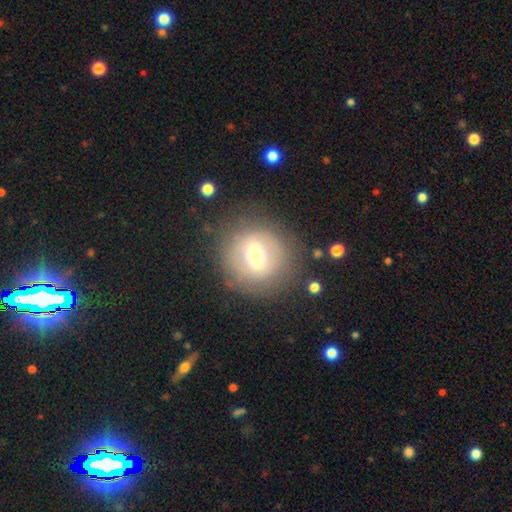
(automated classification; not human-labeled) A featured or disk galaxy (50%). Merging: none (82%).